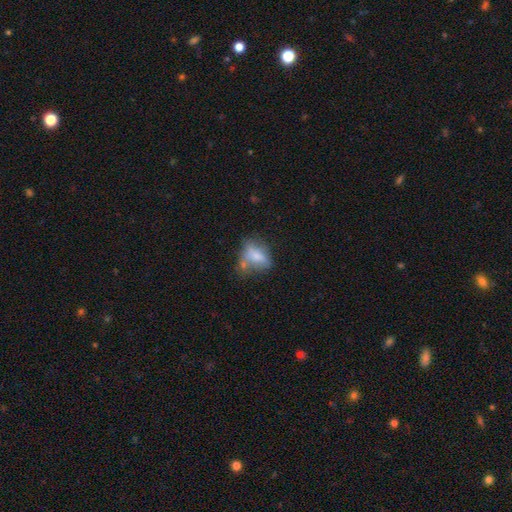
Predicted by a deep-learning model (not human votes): The model was most divided on "merging": none: 34%, minor disturbance: 27%, merger: 21%, major disturbance: 18%. More confident: how rounded — in between (80%); smooth or featured — smooth (65%).